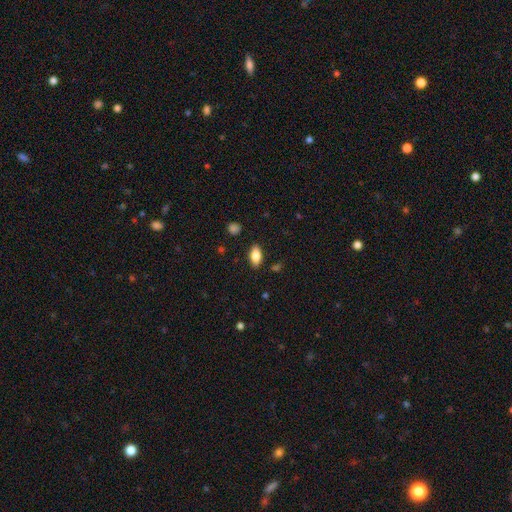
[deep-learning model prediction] A smooth galaxy with no disk features (81%) that is in between round and cigar-shaped (89%).

Vote fractions:
- Smooth or featured? smooth: 81% / featured or disk: 11% / star or artifact: 7%
- How rounded? in between: 89% / cigar-shaped: 7% / round: 3%
- Merging? none: 87% / minor disturbance: 9% / major disturbance: 2% / merger: 1%